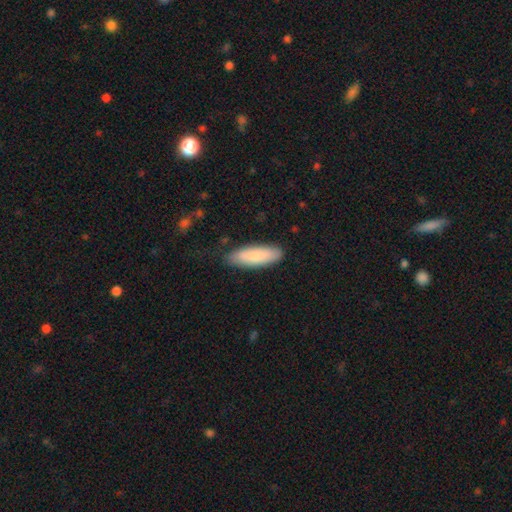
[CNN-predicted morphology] Q: Smooth or featured?
A: smooth (84%); runner-up: featured or disk (11%)
Q: How rounded?
A: in between (58%); runner-up: cigar-shaped (41%)
Q: Merging?
A: none (83%); runner-up: minor disturbance (13%)